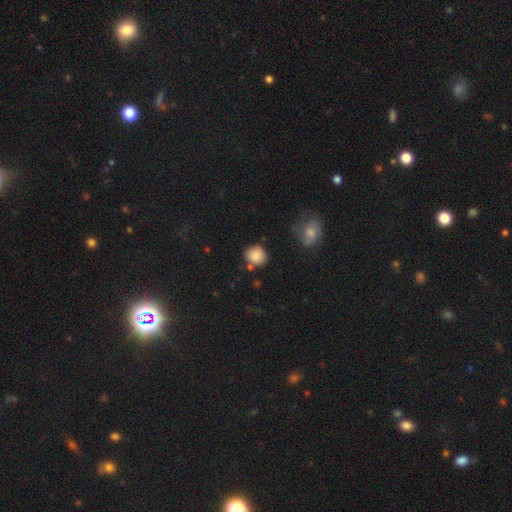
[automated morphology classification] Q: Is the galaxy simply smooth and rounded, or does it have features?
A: smooth — 84%.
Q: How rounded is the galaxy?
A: round — 84%.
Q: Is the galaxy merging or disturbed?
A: none — 73%.